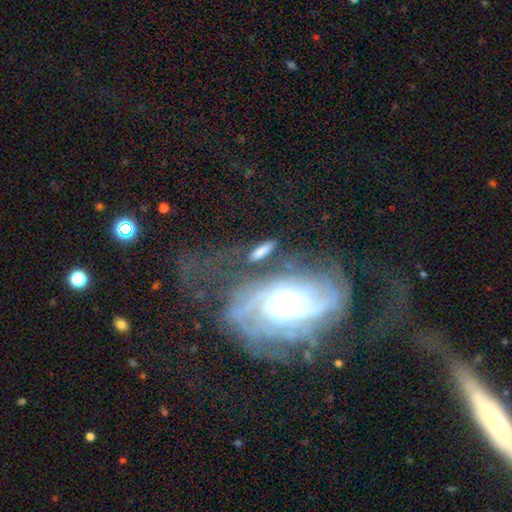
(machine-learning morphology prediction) This appears to be a smooth galaxy with no disk features (64%) that is in between round and cigar-shaped (52%). Merging: none (70%).